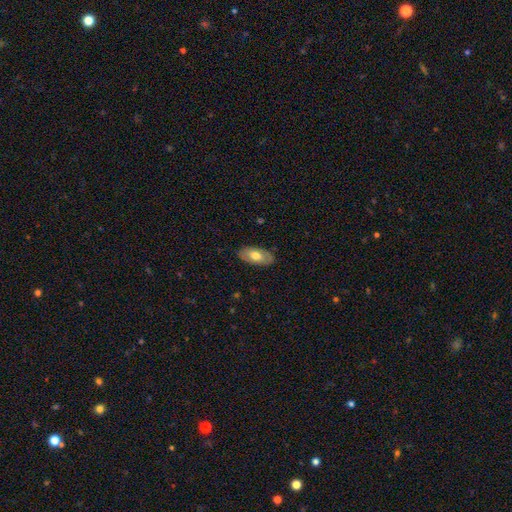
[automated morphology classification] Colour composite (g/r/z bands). It shows a smooth galaxy with no disk features (65%) that is in between round and cigar-shaped (93%). Merging: none (86%).